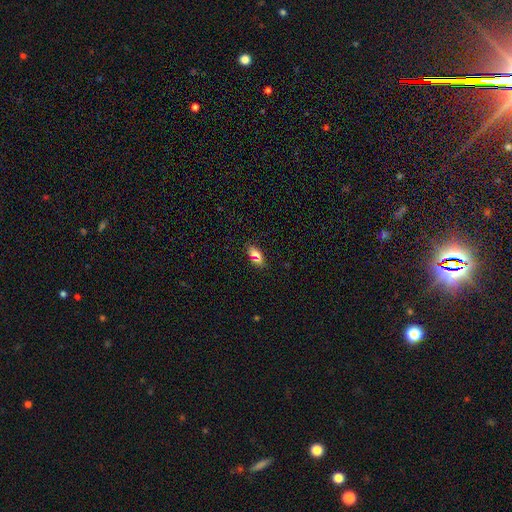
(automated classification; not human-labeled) smooth-or-featured: smooth: 68% | star or artifact: 21% | featured or disk: 11%
  how-rounded: in between: 84% | cigar-shaped: 9% | round: 8%
  merging: none: 81% | minor disturbance: 12% | major disturbance: 4% | merger: 3%